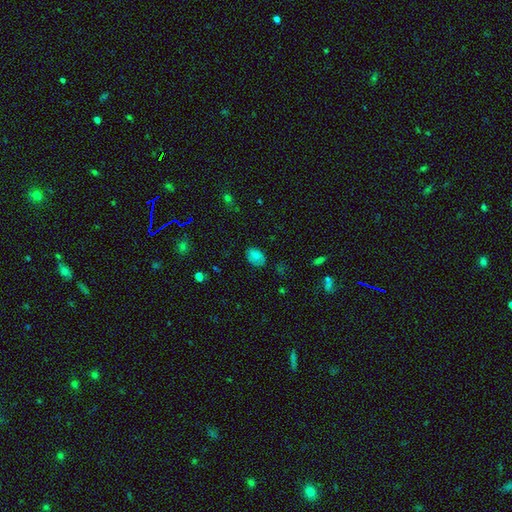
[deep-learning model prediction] Morphology: type=smooth (74%); roundness=in between (84%); merging=none (77%).